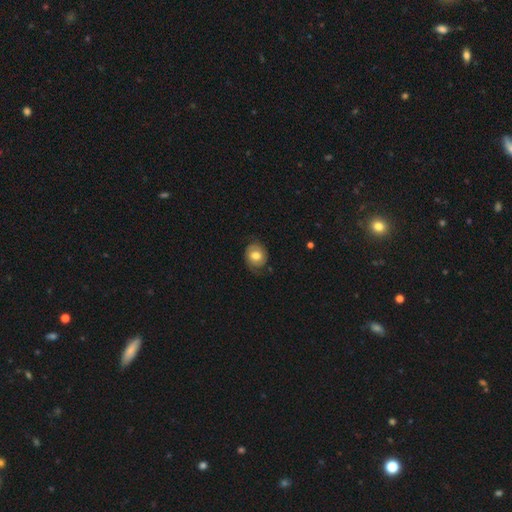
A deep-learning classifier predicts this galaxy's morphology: This is possibly a smooth galaxy (51%). How rounded: likely round (65%). Merging: likely none (69%).